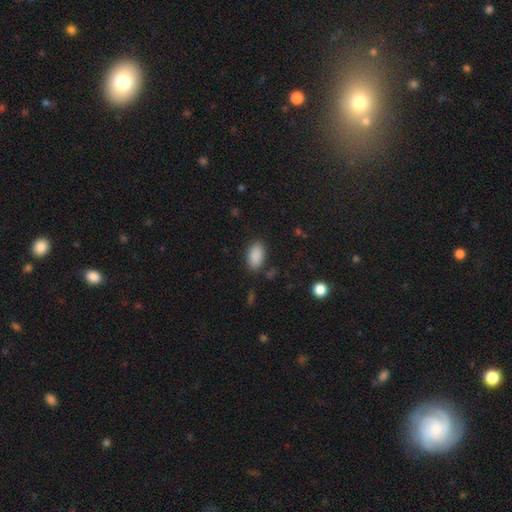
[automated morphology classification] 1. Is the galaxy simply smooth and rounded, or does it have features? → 89% smooth, 8% star or artifact, 4% featured or disk.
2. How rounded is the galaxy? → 93% in between, 5% round, 2% cigar-shaped.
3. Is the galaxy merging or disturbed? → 84% none, 11% minor disturbance, 3% major disturbance, 2% merger.